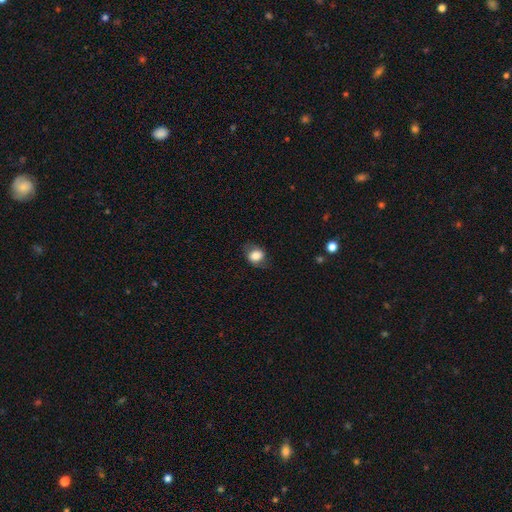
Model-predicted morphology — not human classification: Overall: smooth (77%). How rounded: round (55%; in between 44%). Merging: none (72%).